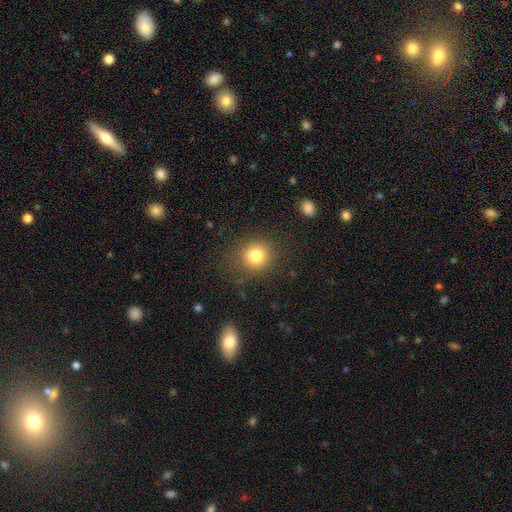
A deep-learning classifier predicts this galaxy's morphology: A smooth galaxy with no disk features (81%) that is round (85%). Merging: none (84%).